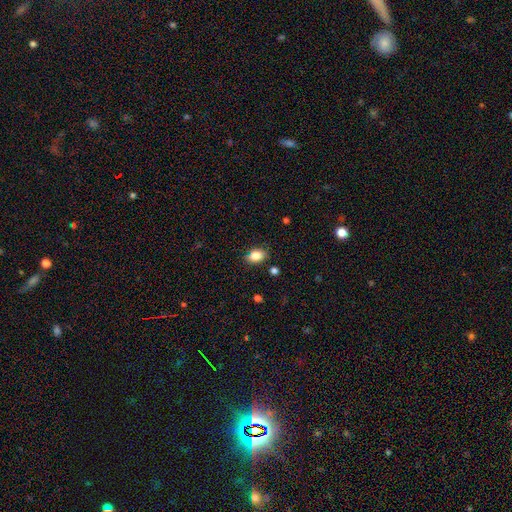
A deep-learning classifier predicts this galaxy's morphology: Q: Smooth or featured?
A: smooth (85%); runner-up: star or artifact (9%)
Q: How rounded?
A: in between (81%); runner-up: round (18%)
Q: Merging?
A: none (83%); runner-up: minor disturbance (12%)